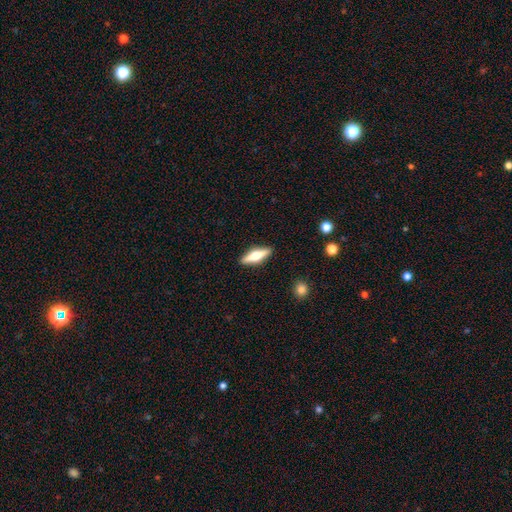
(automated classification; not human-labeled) The model was most divided on "smooth or featured": smooth: 48%, featured or disk: 47%, star or artifact: 6%. More confident: merging — none (90%).